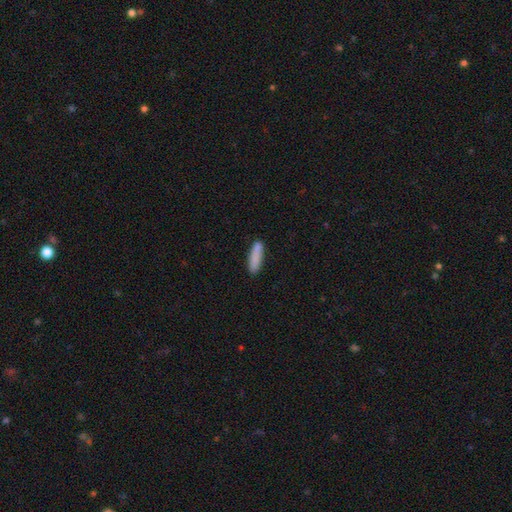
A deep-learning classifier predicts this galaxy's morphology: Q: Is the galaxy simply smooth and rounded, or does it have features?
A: smooth — 87%.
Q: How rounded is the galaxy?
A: cigar-shaped — 71%.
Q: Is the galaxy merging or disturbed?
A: none — 83%.